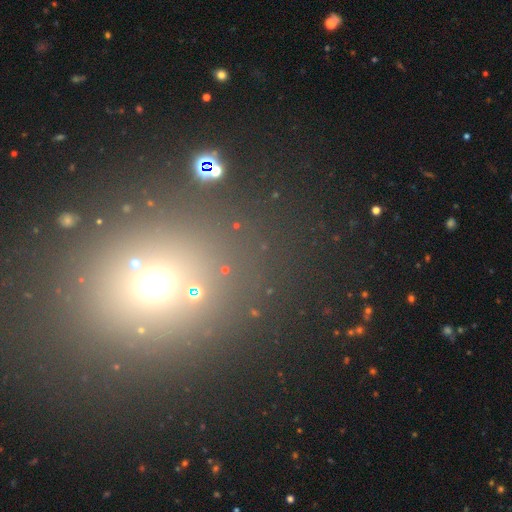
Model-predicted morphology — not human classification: The model was most divided on "smooth or featured": smooth: 46%, star or artifact: 44%, featured or disk: 10%. More confident: merging — none (80%).